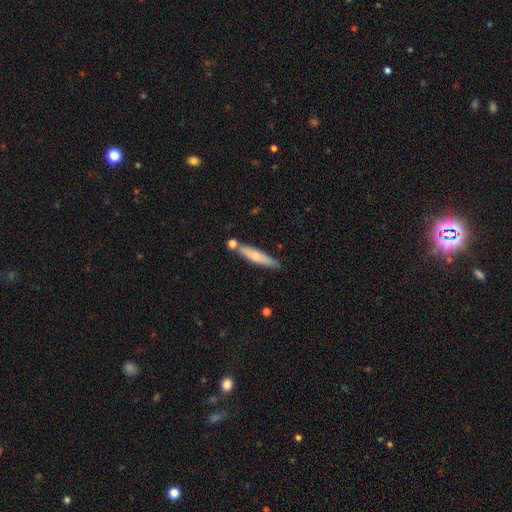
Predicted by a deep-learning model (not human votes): Q: Smooth or featured?
A: smooth (59%); runner-up: featured or disk (35%)
Q: How rounded?
A: cigar-shaped (88%); runner-up: in between (11%)
Q: Merging?
A: none (72%); runner-up: minor disturbance (13%)